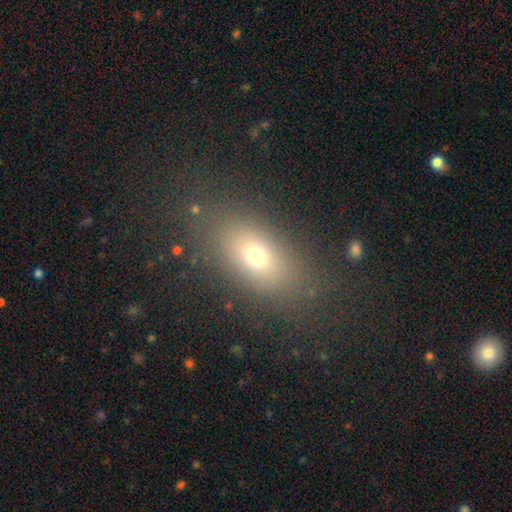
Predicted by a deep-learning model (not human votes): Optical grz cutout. It shows a smooth galaxy with no disk features (68%) that is in between round and cigar-shaped (77%). Merging: none (81%).